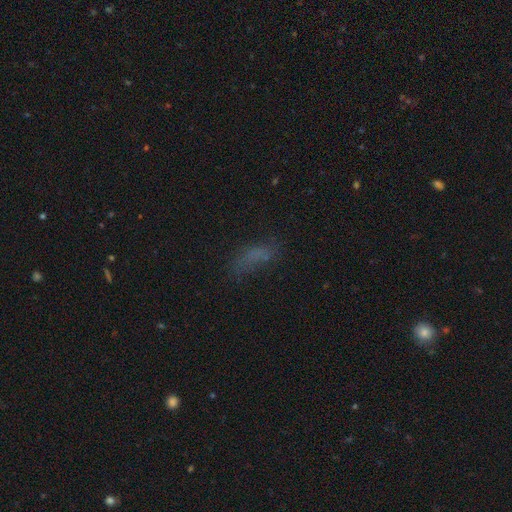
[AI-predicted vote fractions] Smooth or featured: smooth — 63% (star or artifact — 20%)
How rounded: in between — 63% (cigar-shaped — 33%)
Merging: none — 54% (minor disturbance — 24%)